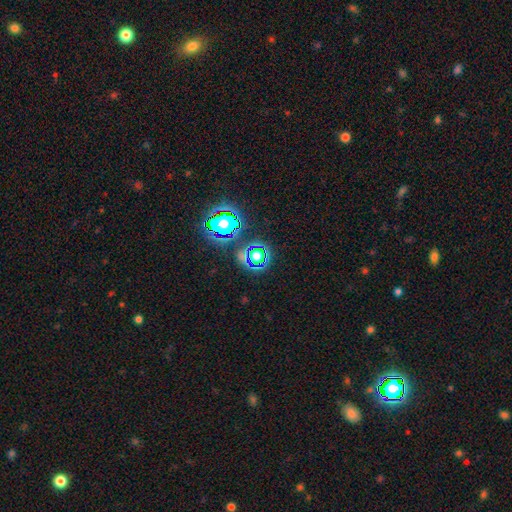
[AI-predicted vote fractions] This is possibly a star or artifact rather than a galaxy (56%).